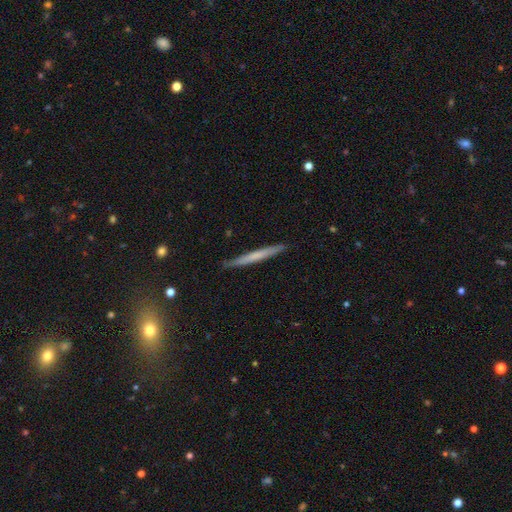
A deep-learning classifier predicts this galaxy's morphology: Smooth or featured? smooth (53%)
How rounded? cigar-shaped (97%)
Merging? none (89%)